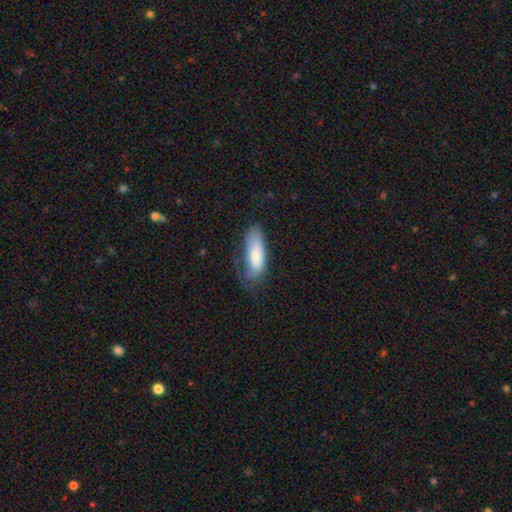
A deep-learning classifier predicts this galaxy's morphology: The model was most divided on "merging": none: 49%, minor disturbance: 32%, major disturbance: 17%, merger: 2%. More confident: smooth or featured — smooth (74%); how rounded — in between (66%).